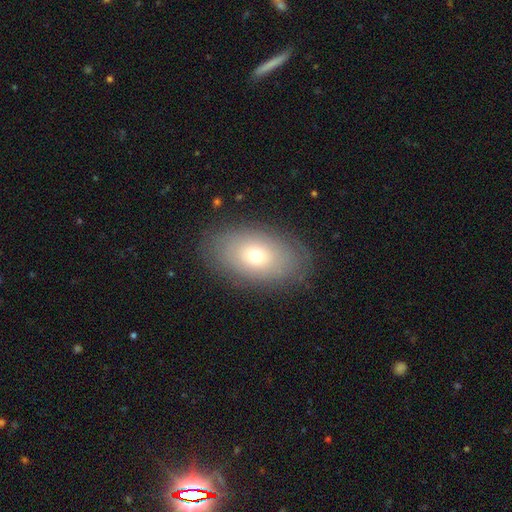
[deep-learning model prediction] Smooth or featured: smooth — 63% (featured or disk — 27%)
How rounded: in between — 89% (round — 9%)
Merging: none — 83% (minor disturbance — 12%)